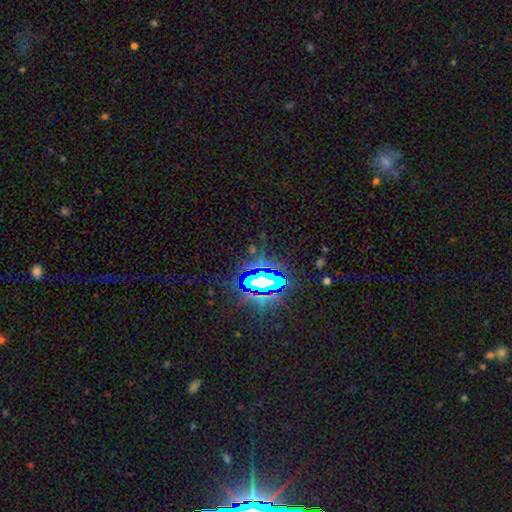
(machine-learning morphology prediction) Overall: star or artifact (73%).